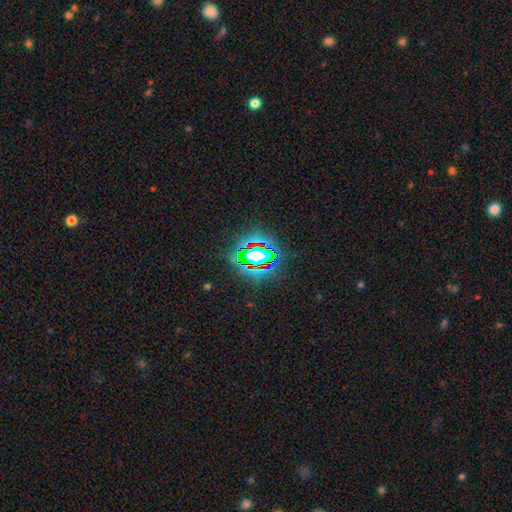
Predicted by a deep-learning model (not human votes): Smooth or featured?
  - star or artifact: 70% *
  - smooth: 17%
  - featured or disk: 13%